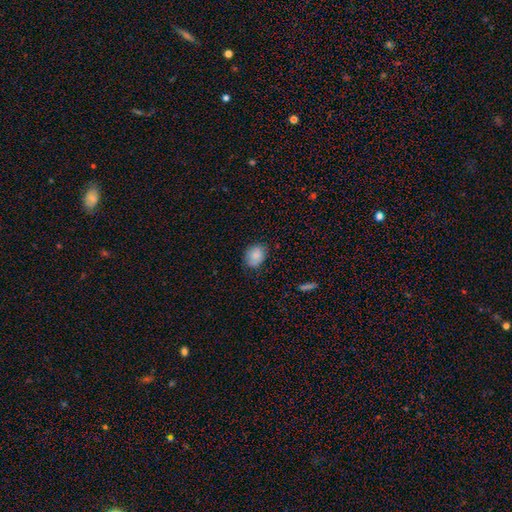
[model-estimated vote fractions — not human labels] A smooth galaxy with no disk features (85%) that is in between round and cigar-shaped (50%).

Vote fractions:
- Smooth or featured? smooth: 85% / star or artifact: 8% / featured or disk: 7%
- How rounded? in between: 50% / round: 49% / cigar-shaped: 1%
- Merging? none: 77% / minor disturbance: 18% / major disturbance: 3% / merger: 1%